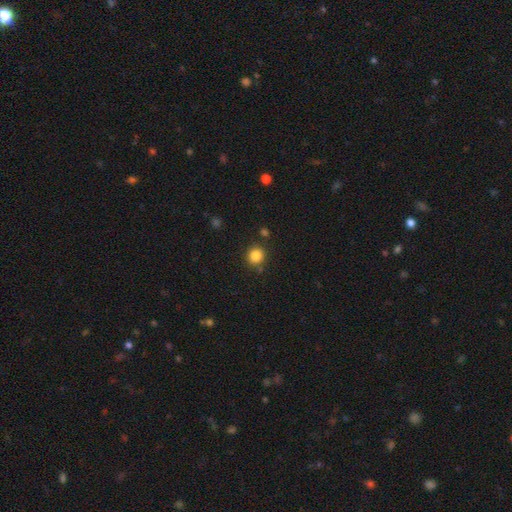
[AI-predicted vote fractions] smooth_or_featured: smooth (p=0.84) [alt: star or artifact p=0.11]
how_rounded: round (p=0.90) [alt: in between p=0.09]
merging: none (p=0.85) [alt: minor disturbance p=0.08]